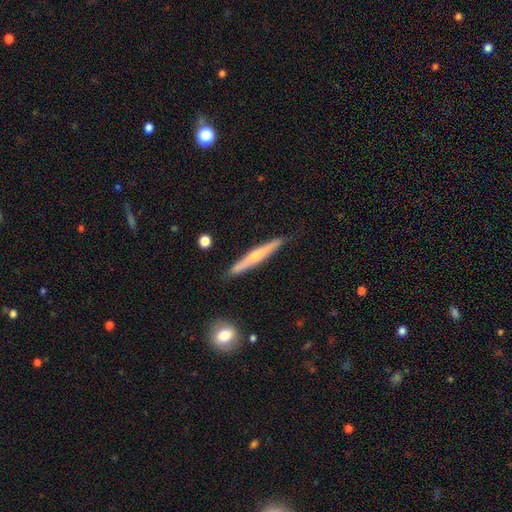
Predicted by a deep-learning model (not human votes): Overall: featured or disk (53%; smooth 41%). Edge-on disk: yes (96%). Edge-on bulge: rounded (69%). Merging: none (87%).